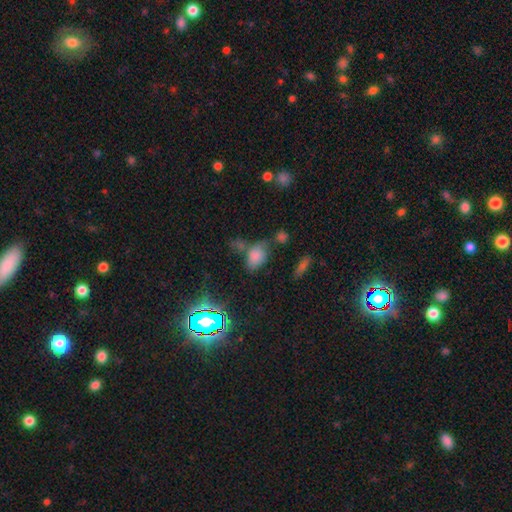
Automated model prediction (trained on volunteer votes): Smooth or featured: smooth — 72% (star or artifact — 18%)
How rounded: in between — 85% (round — 13%)
Merging: none — 45% (merger — 25%)